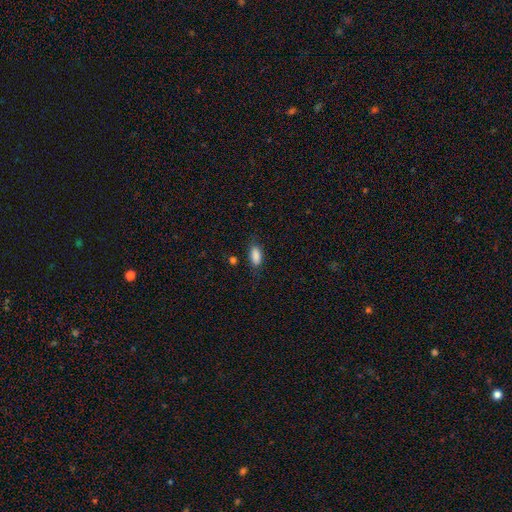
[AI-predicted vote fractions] Overall: smooth (87%). How rounded: in between (87%). Merging: none (76%).